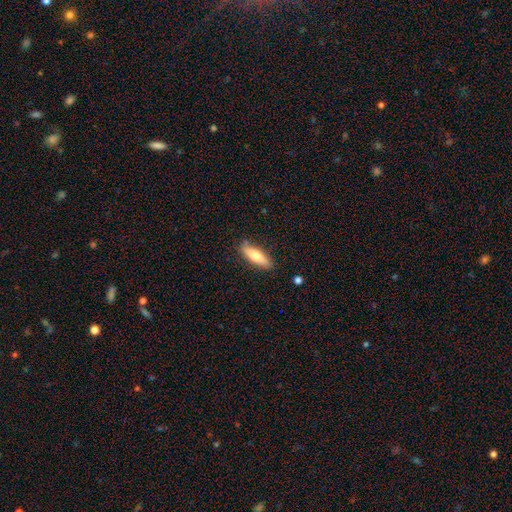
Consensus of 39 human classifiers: A smooth galaxy with no disk features (72%) that is cigar-shaped (54%). Merging: none (89%).